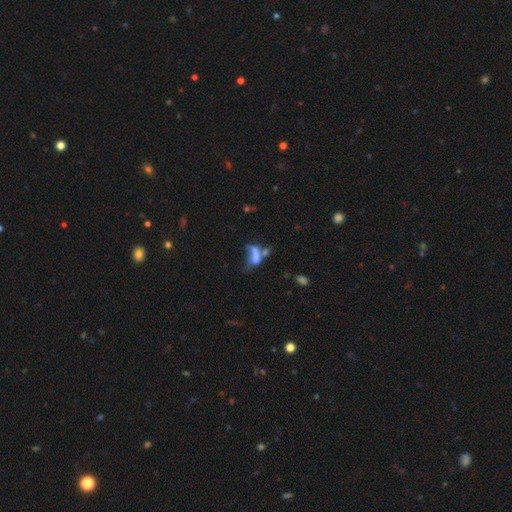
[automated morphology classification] Smooth or featured: smooth — 52% (featured or disk — 34%)
How rounded: in between — 76% (round — 13%)
Merging: merger — 47% (major disturbance — 25%)